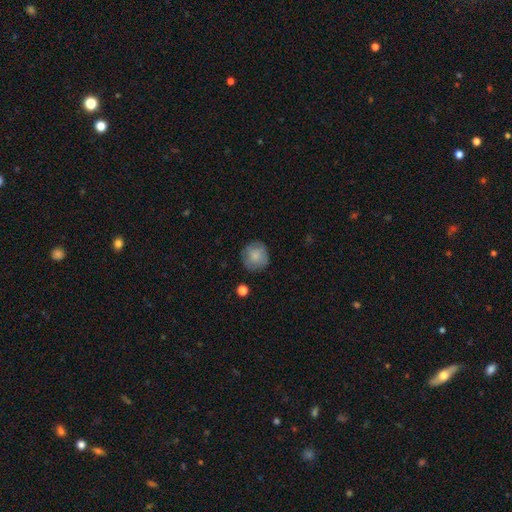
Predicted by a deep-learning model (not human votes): Smooth or featured? Predicted: smooth (p=0.79). How rounded? Predicted: round (p=0.91). Merging? Predicted: none (p=0.80).